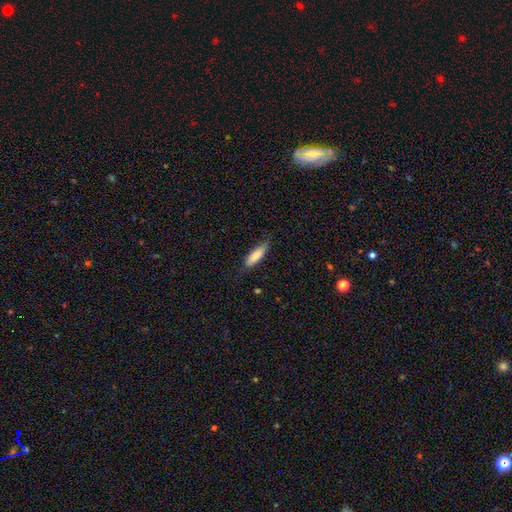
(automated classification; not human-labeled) The model was most divided on "how rounded": cigar-shaped: 56%, in between: 43%, round: 2%. More confident: smooth or featured — smooth (80%); merging — none (73%).